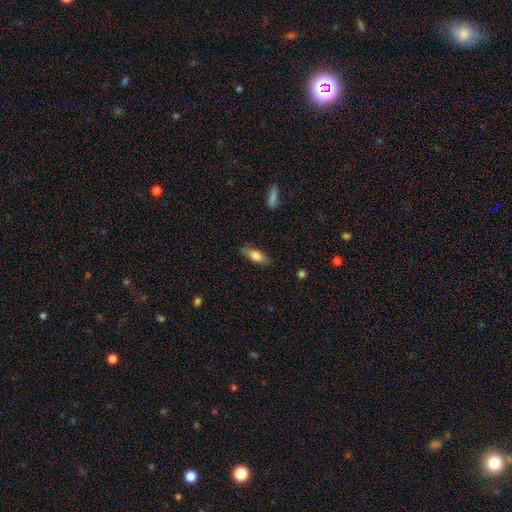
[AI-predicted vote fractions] Overall: smooth (77%). How rounded: in between (68%; cigar-shaped 30%). Merging: none (81%).